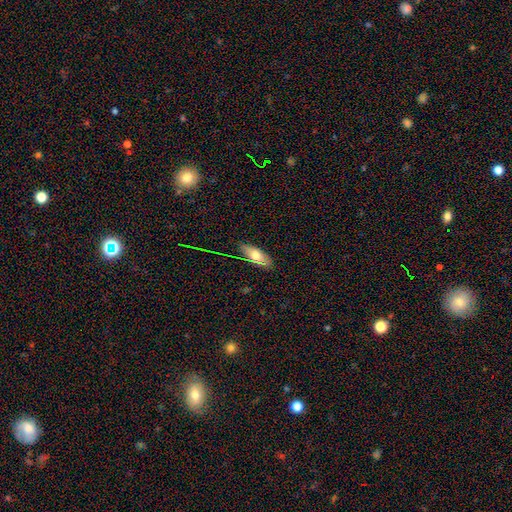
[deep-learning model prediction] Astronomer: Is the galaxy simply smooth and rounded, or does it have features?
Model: smooth — 66%.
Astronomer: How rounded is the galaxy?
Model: in between — 82%.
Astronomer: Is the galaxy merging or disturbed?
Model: none — 84%.